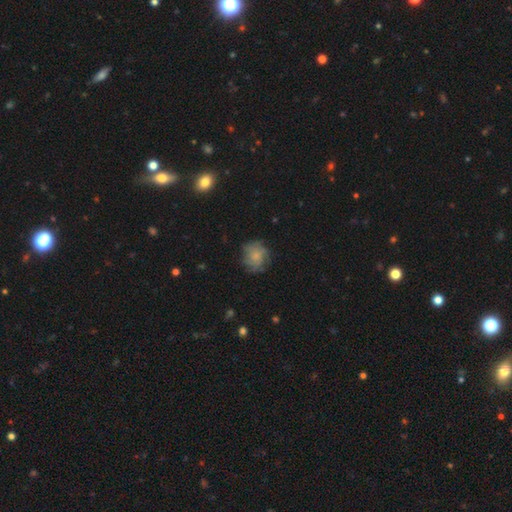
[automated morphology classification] A smooth galaxy with no disk features (66%) that is round (81%). Merging: none (70%).